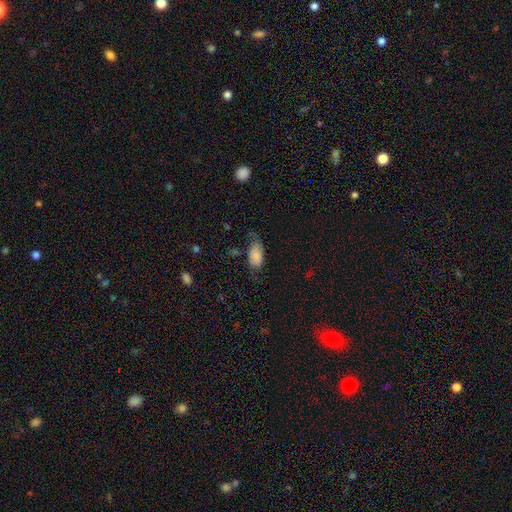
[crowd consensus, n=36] A smooth galaxy with no disk features (81%) that is in between round and cigar-shaped (93%).

Vote fractions:
- Smooth or featured? smooth: 81% / featured or disk: 19% / star or artifact: 0%
- How rounded? in between: 93% / round: 3% / cigar-shaped: 3%
- Merging? none: 44% / minor disturbance: 28% / major disturbance: 28% / merger: 0%